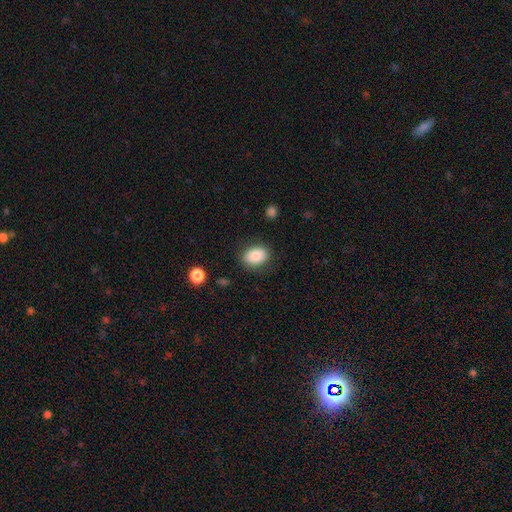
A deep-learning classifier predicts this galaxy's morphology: A smooth galaxy with no disk features (83%) that is in between round and cigar-shaped (69%). Merging: none (82%).